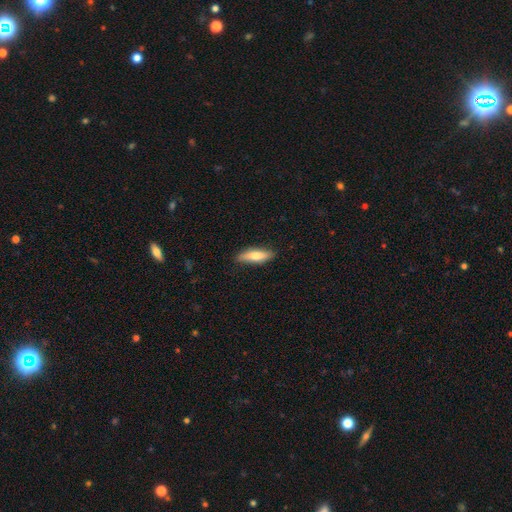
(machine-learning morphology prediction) This is likely a smooth galaxy (71%). How rounded: possibly cigar-shaped (56%). Merging: clearly none (85%).